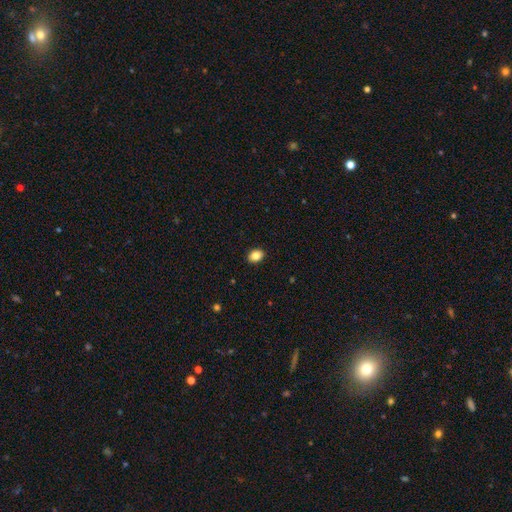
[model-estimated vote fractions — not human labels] Morphology: type=smooth (86%); roundness=in between (67%); merging=none (90%).